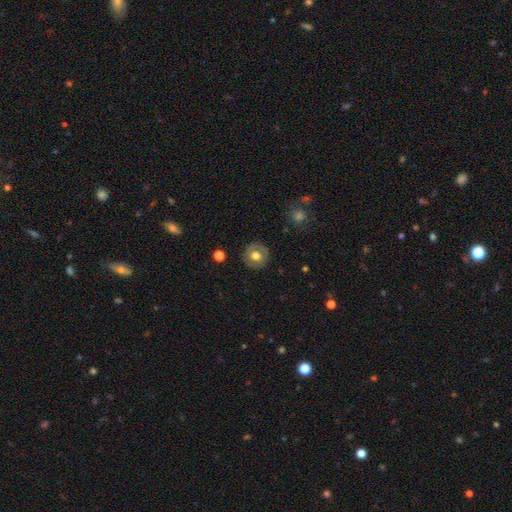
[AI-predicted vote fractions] smooth 62%, featured or disk 30%, star or artifact 8%. Down the decision tree: how rounded — round (91%); merging — none (88%).